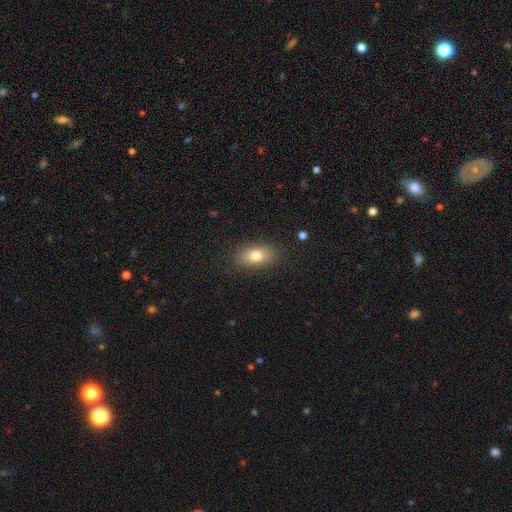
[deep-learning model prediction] Smooth or featured? smooth (79%)
How rounded? in between (87%)
Merging? none (86%)